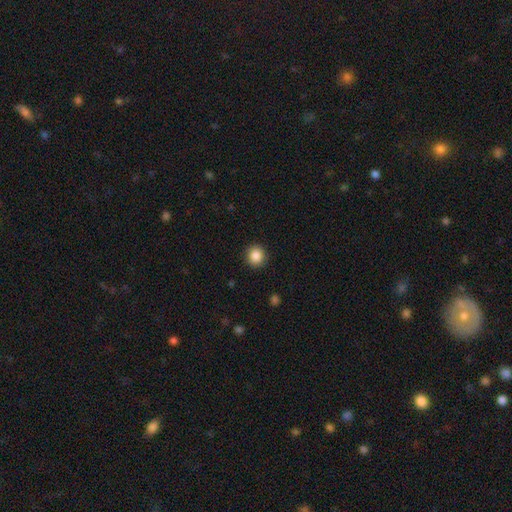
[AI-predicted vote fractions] Smooth or featured?
  - smooth: 87% *
  - star or artifact: 9%
  - featured or disk: 4%
How rounded?
  - round: 90% *
  - in between: 9%
  - cigar-shaped: 1%
Merging?
  - none: 91% *
  - minor disturbance: 6%
  - major disturbance: 2%
  - merger: 1%